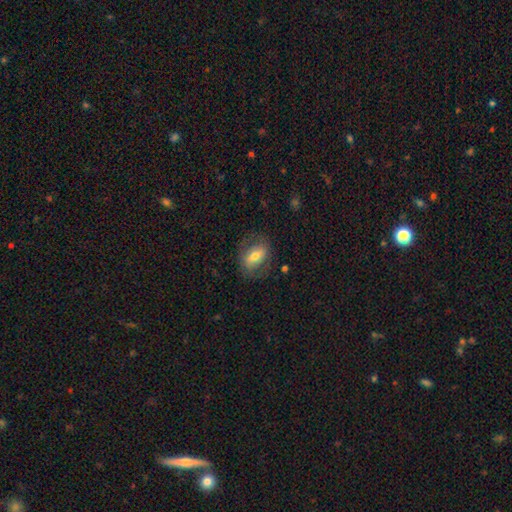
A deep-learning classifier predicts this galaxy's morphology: smooth 54%, featured or disk 38%, star or artifact 7%. Down the decision tree: how rounded — in between (78%); merging — none (72%).